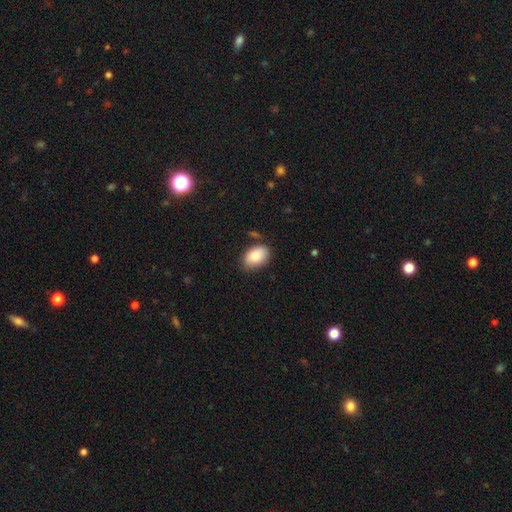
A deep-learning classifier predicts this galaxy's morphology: type=smooth (88%); roundness=in between (88%); merging=none (77%).